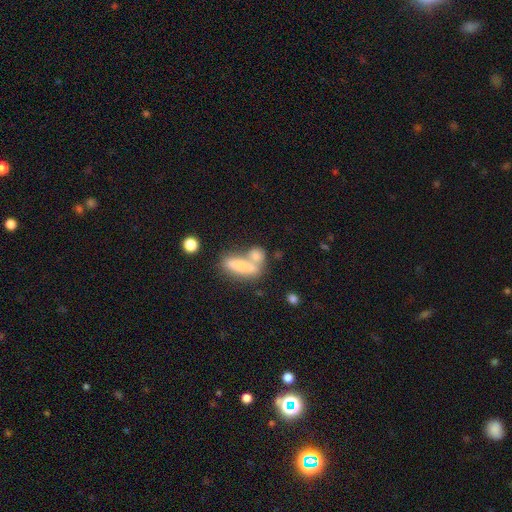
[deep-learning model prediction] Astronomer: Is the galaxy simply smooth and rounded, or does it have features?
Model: smooth — 72%.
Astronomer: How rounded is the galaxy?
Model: in between — 46% (runner-up: cigar-shaped, 40%).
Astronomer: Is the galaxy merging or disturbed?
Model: merger — 47% (runner-up: none, 36%).